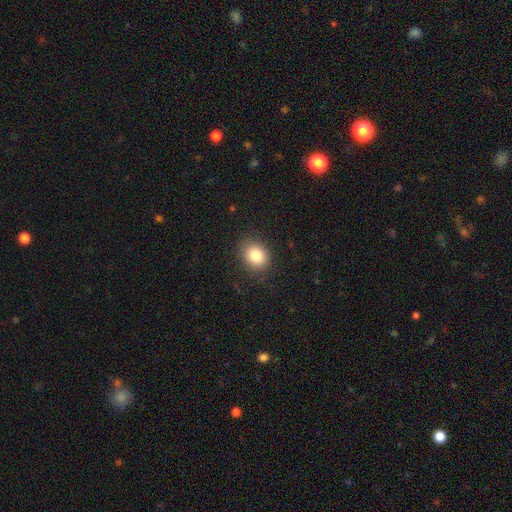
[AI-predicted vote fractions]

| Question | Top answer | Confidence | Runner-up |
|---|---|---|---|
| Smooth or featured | smooth | 83% | star or artifact (10%) |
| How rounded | round | 61% | in between (38%) |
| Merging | none | 87% | minor disturbance (9%) |